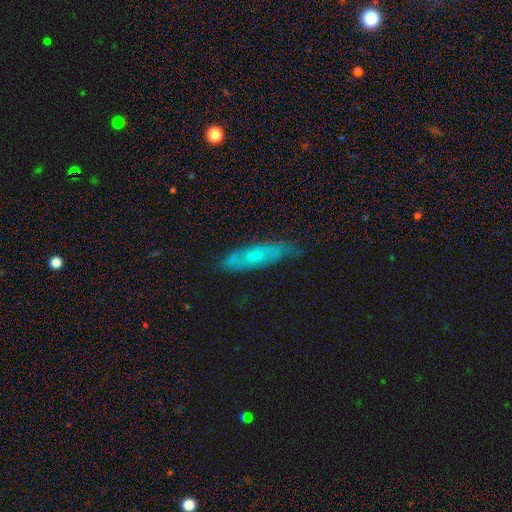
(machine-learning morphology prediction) The model was most divided on "smooth or featured": featured or disk: 47%, smooth: 45%, star or artifact: 8%. More confident: merging — none (71%).